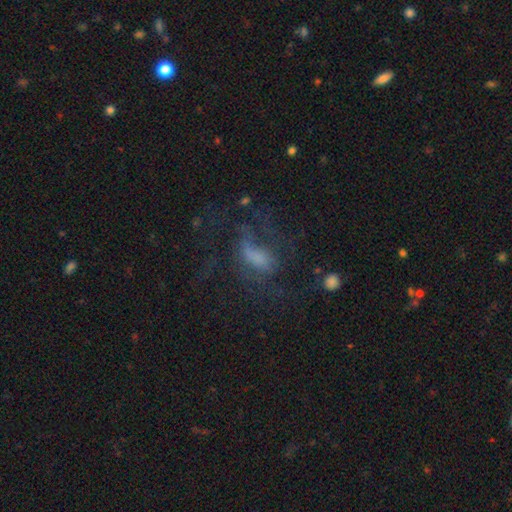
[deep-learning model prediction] Smooth or featured? Predicted: featured or disk (p=0.48). Merging? Predicted: major disturbance (p=0.44).